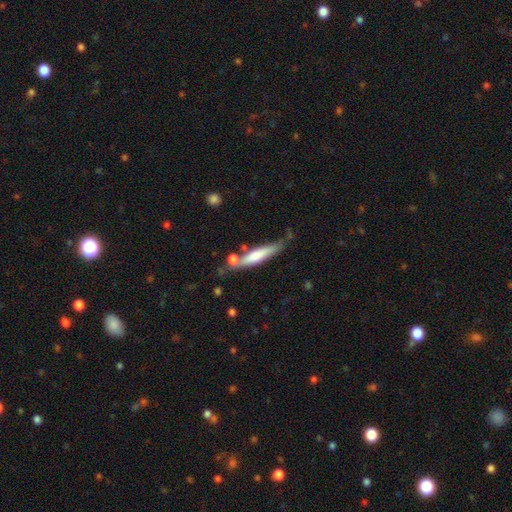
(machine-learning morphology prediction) A smooth galaxy with no disk features (60%) that is cigar-shaped (84%).

Vote fractions:
- Smooth or featured? smooth: 60% / featured or disk: 34% / star or artifact: 6%
- How rounded? cigar-shaped: 84% / in between: 14% / round: 2%
- Merging? none: 54% / minor disturbance: 23% / merger: 16% / major disturbance: 7%